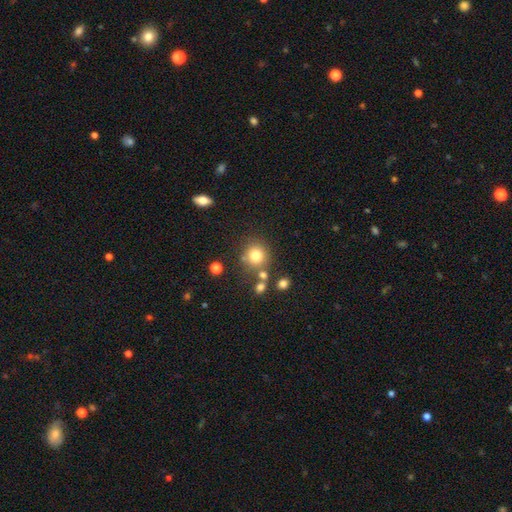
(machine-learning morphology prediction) Overall: smooth (78%). How rounded: round (89%). Merging: none (73%).